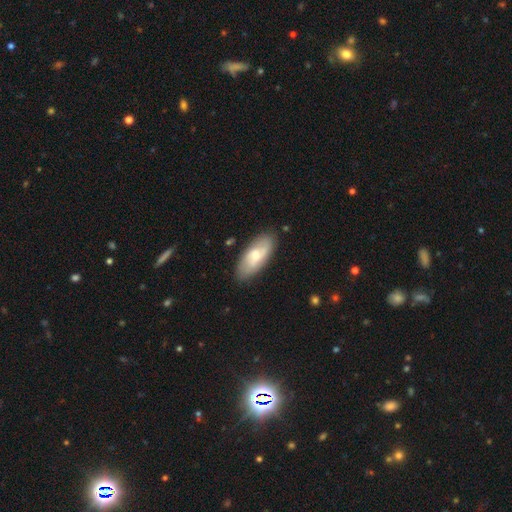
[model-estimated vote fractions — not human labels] This is possibly a smooth galaxy (56%). How rounded: clearly in between (85%). Merging: likely none (78%).